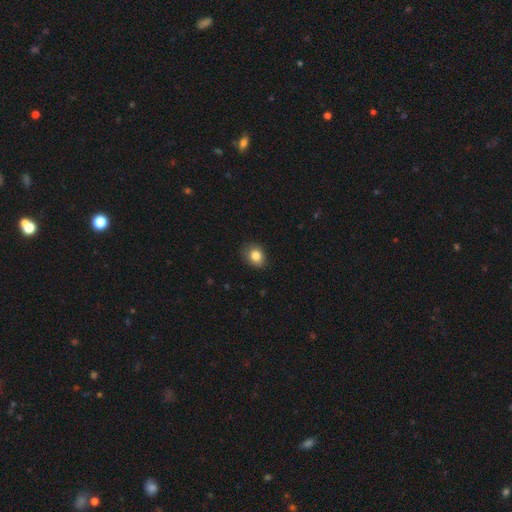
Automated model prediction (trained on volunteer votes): This appears to be a smooth galaxy with no disk features (84%) that is round (52%). Merging: none (83%).